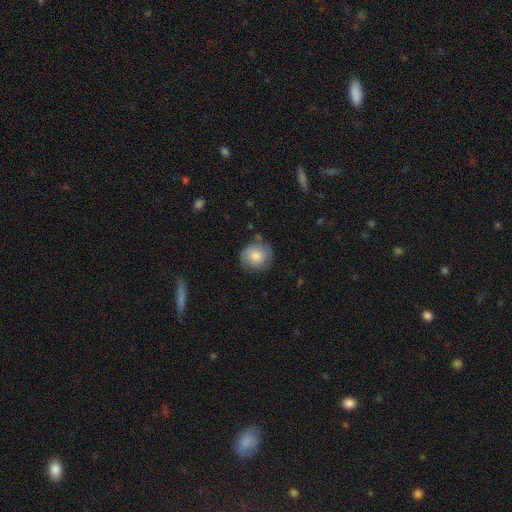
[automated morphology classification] Smooth or featured? smooth (70%)
How rounded? round (85%)
Merging? none (73%)